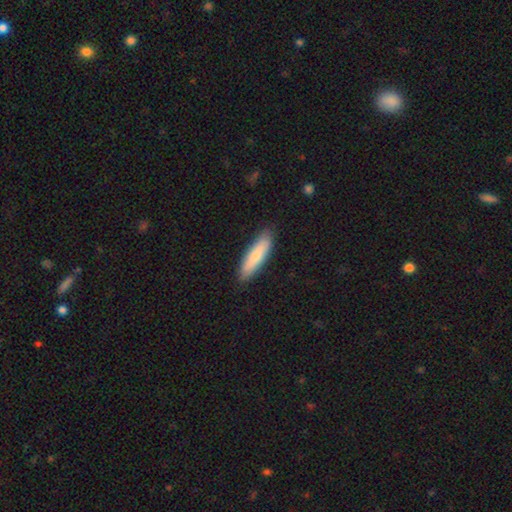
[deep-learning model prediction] Smooth or featured?
  - smooth: 79% *
  - featured or disk: 16%
  - star or artifact: 5%
How rounded?
  - cigar-shaped: 66% *
  - in between: 32%
  - round: 1%
Merging?
  - none: 87% *
  - minor disturbance: 10%
  - major disturbance: 2%
  - merger: 1%